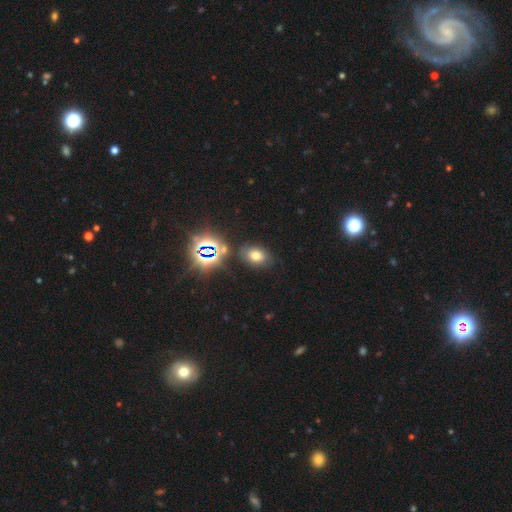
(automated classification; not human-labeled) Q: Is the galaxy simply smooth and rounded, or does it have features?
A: smooth — 62%.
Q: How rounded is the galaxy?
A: in between — 73%.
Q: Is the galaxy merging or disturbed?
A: none — 79%.